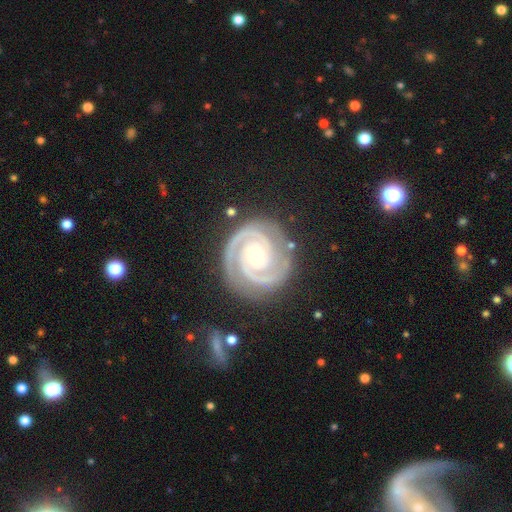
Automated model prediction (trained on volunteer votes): The model was most divided on "bulge size": moderate: 51%, small: 45%, large: 2%, none: 1%, dominant: 1%. More confident: spiral arms — yes (99%); edge-on disk — no (98%); smooth or featured — featured or disk (93%); spiral arm count — 2 (87%); merging — none (83%); spiral winding — tight (79%); bar — no (71%).